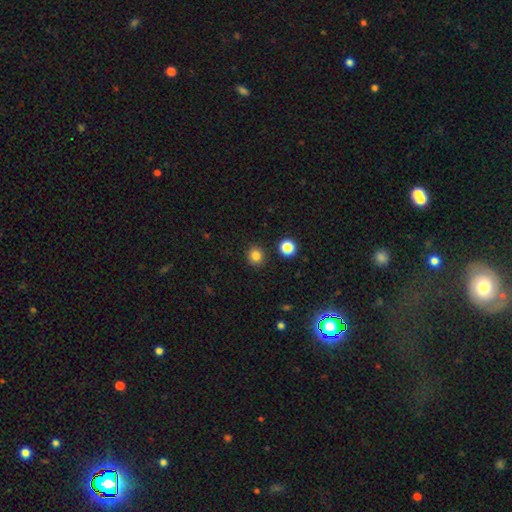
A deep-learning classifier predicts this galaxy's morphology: smooth-or-featured: smooth: 82% | star or artifact: 13% | featured or disk: 5%
  how-rounded: round: 87% | in between: 12% | cigar-shaped: 1%
  merging: none: 90% | minor disturbance: 6% | merger: 2% | major disturbance: 2%